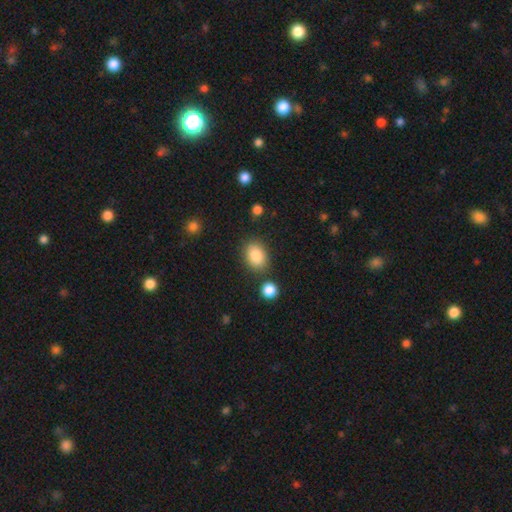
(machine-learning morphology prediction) This is clearly a smooth galaxy (86%). How rounded: likely in between (69%). Merging: likely none (79%).